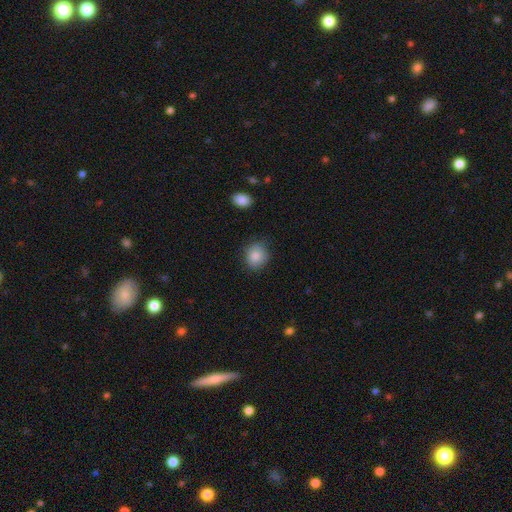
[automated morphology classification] smooth 85%, star or artifact 8%, featured or disk 6%. Down the decision tree: how rounded — round (74%); merging — none (80%).